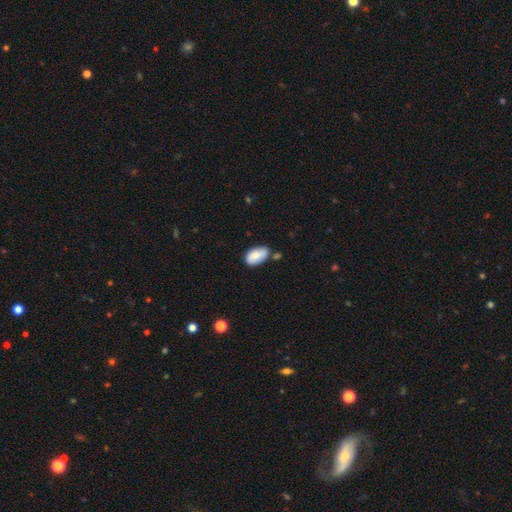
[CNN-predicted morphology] A smooth galaxy with no disk features (78%) that is in between round and cigar-shaped (93%).

Vote fractions:
- Smooth or featured? smooth: 78% / featured or disk: 15% / star or artifact: 7%
- How rounded? in between: 93% / round: 5% / cigar-shaped: 2%
- Merging? none: 61% / minor disturbance: 24% / merger: 11% / major disturbance: 4%